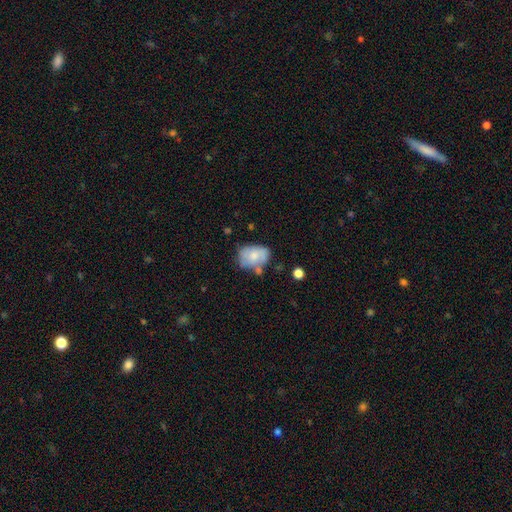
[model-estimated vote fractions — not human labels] The model was most divided on "merging": none: 45%, minor disturbance: 30%, merger: 13%, major disturbance: 11%. More confident: how rounded — in between (74%); smooth or featured — smooth (63%).